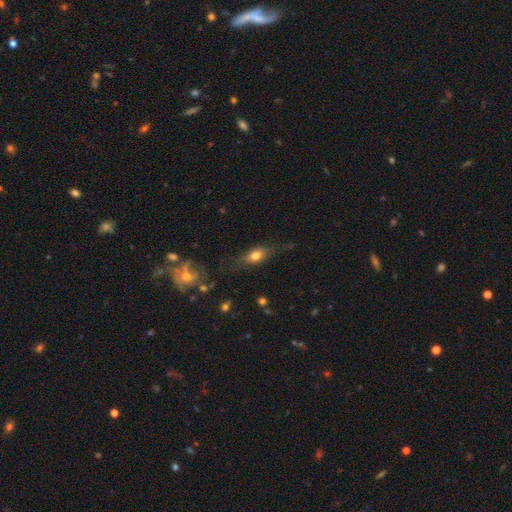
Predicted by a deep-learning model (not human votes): This is likely a smooth galaxy (60%). How rounded: likely in between (66%). Merging: possibly none (58%).